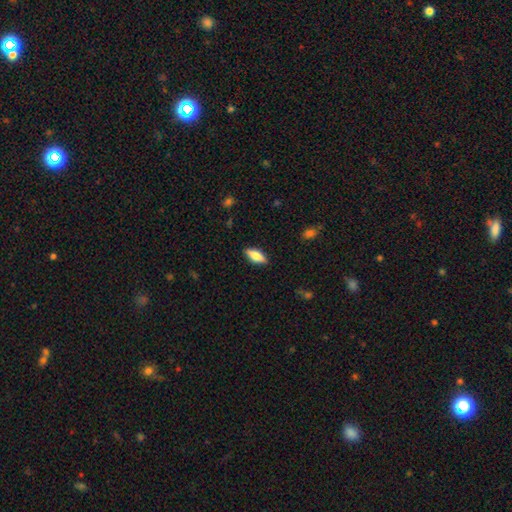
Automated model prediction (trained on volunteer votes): Smooth or featured? smooth (73%)
How rounded? in between (74%)
Merging? none (88%)